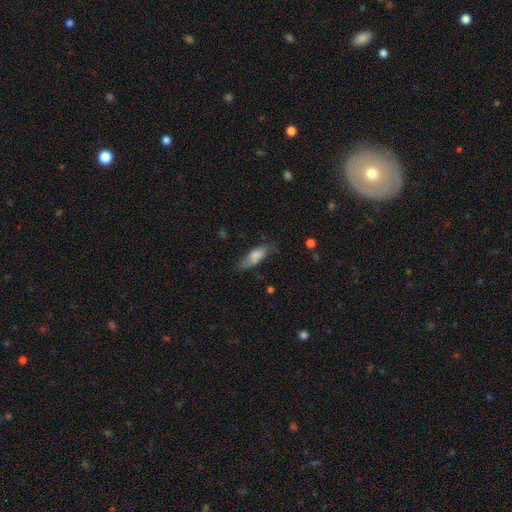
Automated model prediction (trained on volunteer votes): Smooth or featured: smooth — 72% (featured or disk — 22%)
How rounded: in between — 62% (cigar-shaped — 36%)
Merging: none — 57% (minor disturbance — 30%)